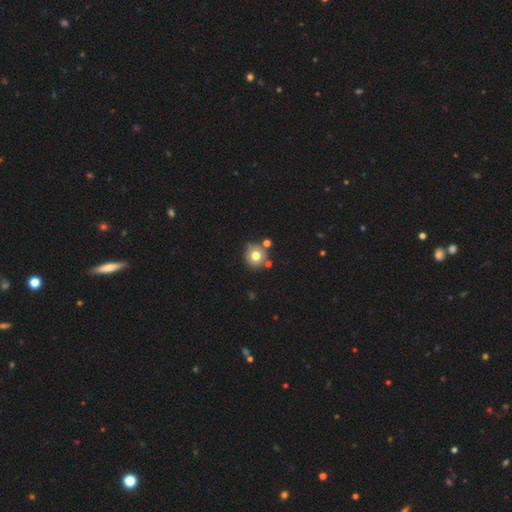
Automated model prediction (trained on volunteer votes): Overall: smooth (73%). How rounded: round (87%). Merging: none (70%).